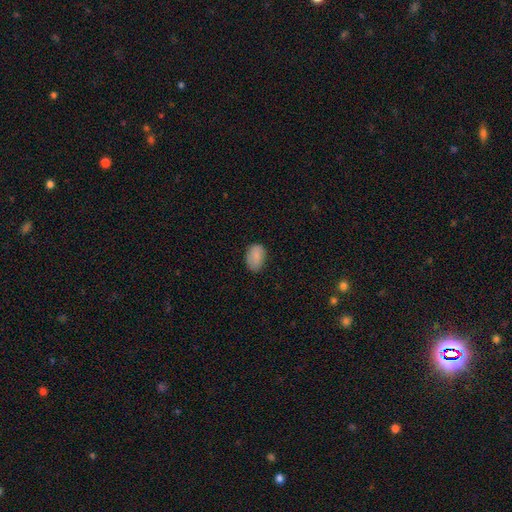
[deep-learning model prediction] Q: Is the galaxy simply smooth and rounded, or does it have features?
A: smooth — 85%.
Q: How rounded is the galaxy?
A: in between — 86%.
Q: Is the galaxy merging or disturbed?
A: none — 76%.